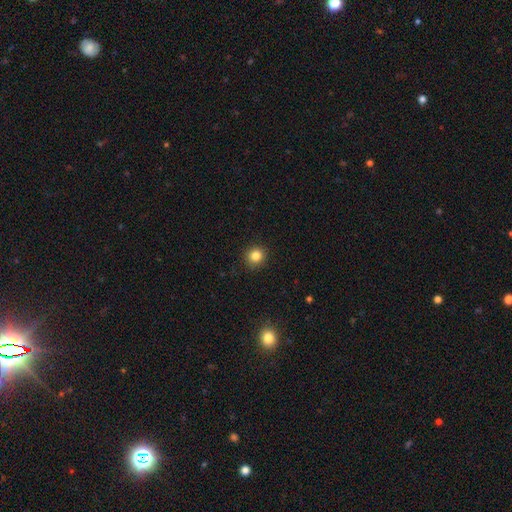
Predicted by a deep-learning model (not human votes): Morphology: type=smooth (83%); roundness=round (88%); merging=none (91%).